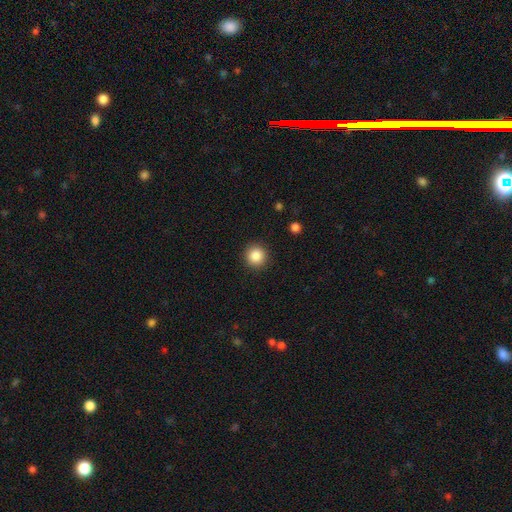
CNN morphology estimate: Smooth or featured? smooth (86%)
How rounded? round (94%)
Merging? none (92%)